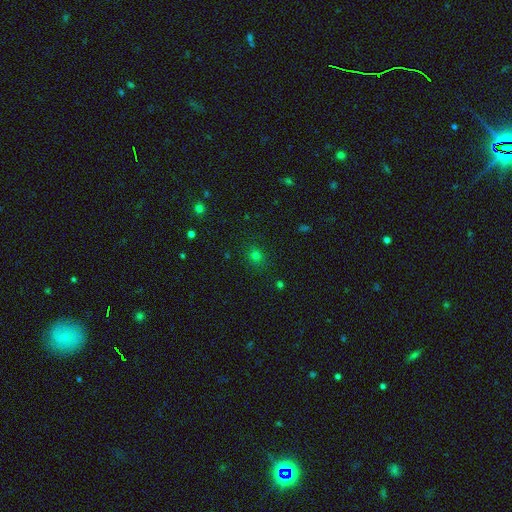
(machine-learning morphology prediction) The model was most divided on "smooth or featured": smooth: 69%, star or artifact: 25%, featured or disk: 6%. More confident: merging — none (88%); how rounded — round (85%).